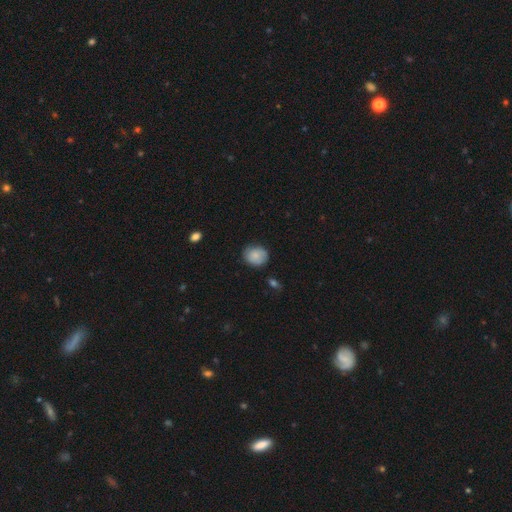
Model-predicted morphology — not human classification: smooth-or-featured: smooth: 76% | featured or disk: 16% | star or artifact: 8%
  how-rounded: round: 66% | in between: 33% | cigar-shaped: 1%
  merging: none: 75% | minor disturbance: 19% | major disturbance: 4% | merger: 2%